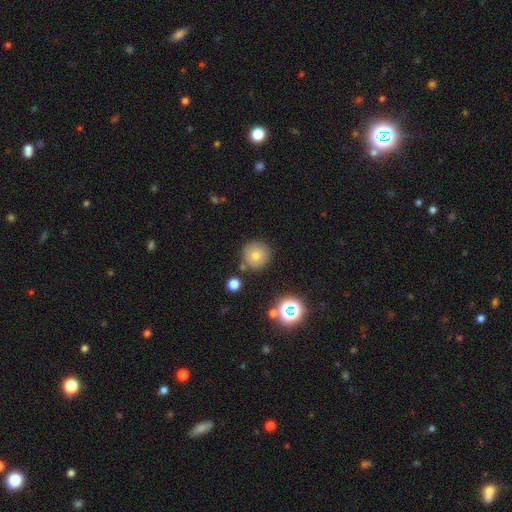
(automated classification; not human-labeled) smooth_or_featured: smooth (p=0.72) [alt: star or artifact p=0.16]
how_rounded: round (p=0.95) [alt: in between p=0.04]
merging: none (p=0.84) [alt: minor disturbance p=0.08]